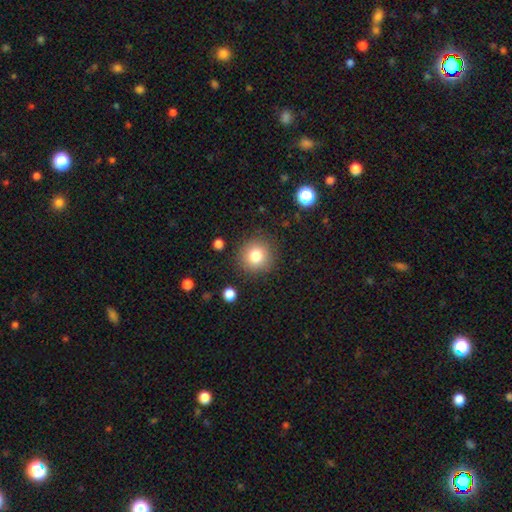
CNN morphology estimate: A smooth galaxy with no disk features (80%) that is round (92%).

Vote fractions:
- Smooth or featured? smooth: 80% / star or artifact: 11% / featured or disk: 8%
- How rounded? round: 92% / in between: 7% / cigar-shaped: 1%
- Merging? none: 88% / minor disturbance: 8% / major disturbance: 3% / merger: 2%